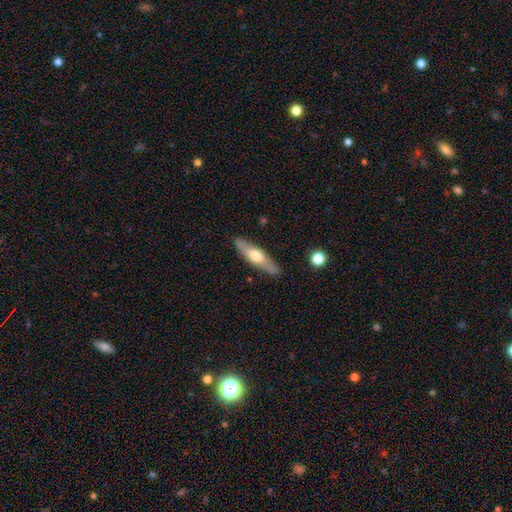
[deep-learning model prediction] This appears to be a featured or disk galaxy (51%) viewed edge-on (74%). Merging: none (87%).